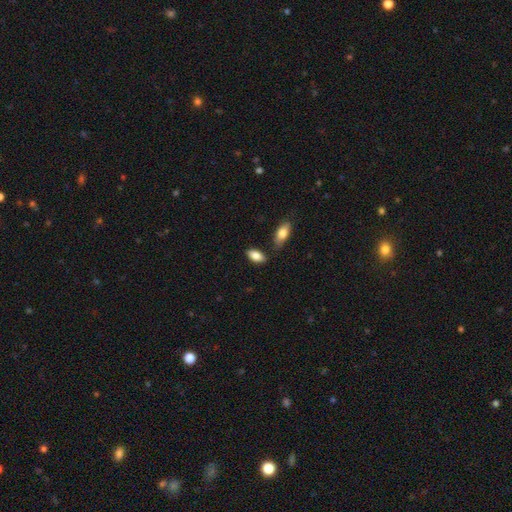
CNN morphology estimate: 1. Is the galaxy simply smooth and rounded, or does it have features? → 83% smooth, 10% featured or disk, 7% star or artifact.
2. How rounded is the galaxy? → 90% in between, 7% cigar-shaped, 3% round.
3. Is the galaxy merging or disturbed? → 75% none, 14% minor disturbance, 8% merger, 3% major disturbance.